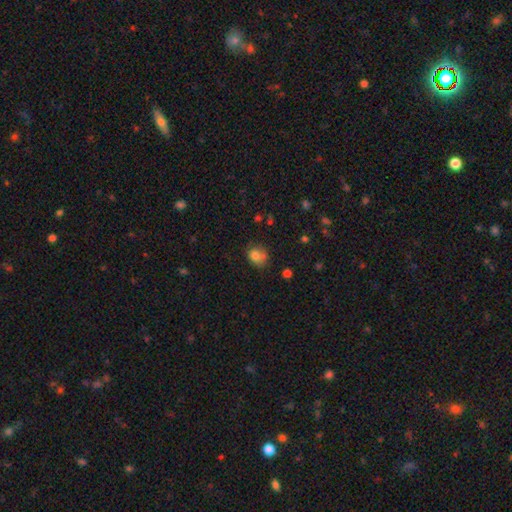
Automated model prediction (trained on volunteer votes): smooth 78%, star or artifact 12%, featured or disk 11%. Down the decision tree: how rounded — round (60%); merging — none (51%).